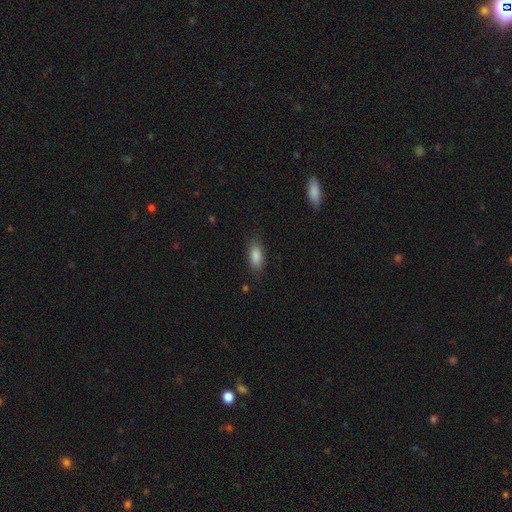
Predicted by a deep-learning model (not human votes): Smooth or featured?
  - smooth: 87% *
  - star or artifact: 7%
  - featured or disk: 5%
How rounded?
  - in between: 85% *
  - cigar-shaped: 12%
  - round: 3%
Merging?
  - none: 83% *
  - minor disturbance: 12%
  - major disturbance: 3%
  - merger: 1%